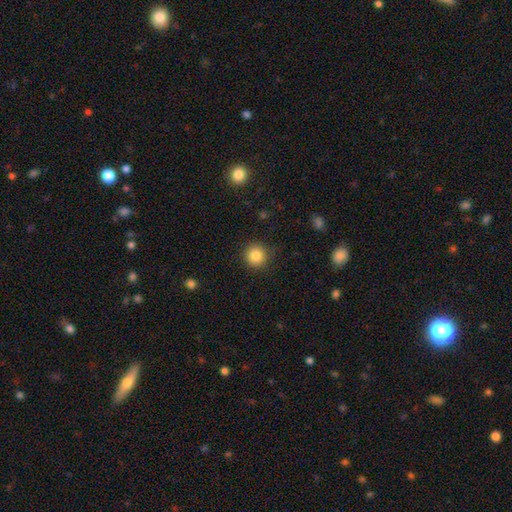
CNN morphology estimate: A smooth galaxy with no disk features (83%) that is round (94%). Merging: none (89%).